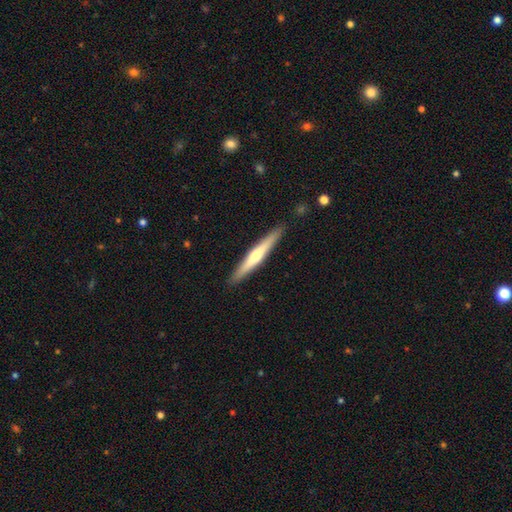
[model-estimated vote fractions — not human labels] Overall: featured or disk (54%; smooth 41%). Edge-on disk: yes (97%). Edge-on bulge: rounded (69%). Merging: none (91%).